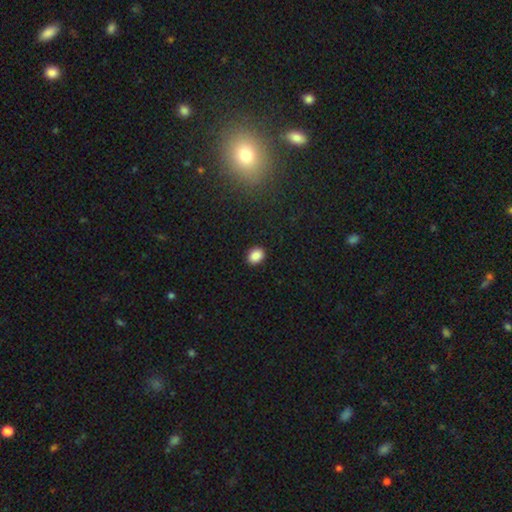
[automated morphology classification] Smooth or featured? Predicted: smooth (p=0.88). How rounded? Predicted: in between (p=0.61). Merging? Predicted: none (p=0.91).